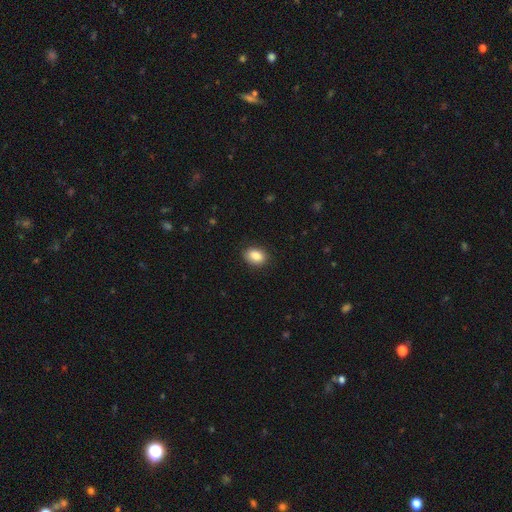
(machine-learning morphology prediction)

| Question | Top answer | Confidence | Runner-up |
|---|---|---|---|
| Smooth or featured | smooth | 87% | star or artifact (8%) |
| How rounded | in between | 77% | round (22%) |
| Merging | none | 87% | minor disturbance (10%) |